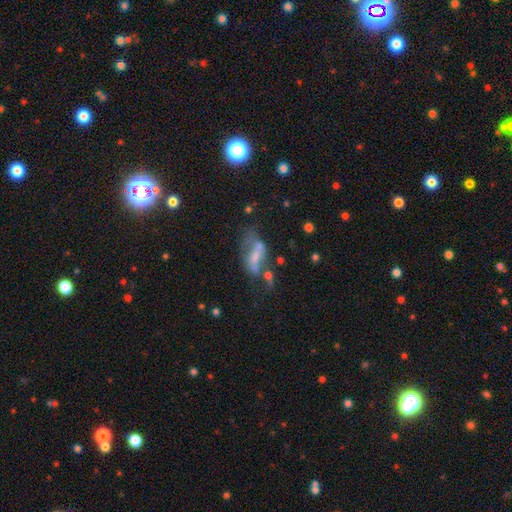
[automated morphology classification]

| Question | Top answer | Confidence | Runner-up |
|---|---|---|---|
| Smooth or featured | featured or disk | 54% | smooth (33%) |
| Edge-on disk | no | 88% | yes (12%) |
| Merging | major disturbance | 32% | none (26%) |